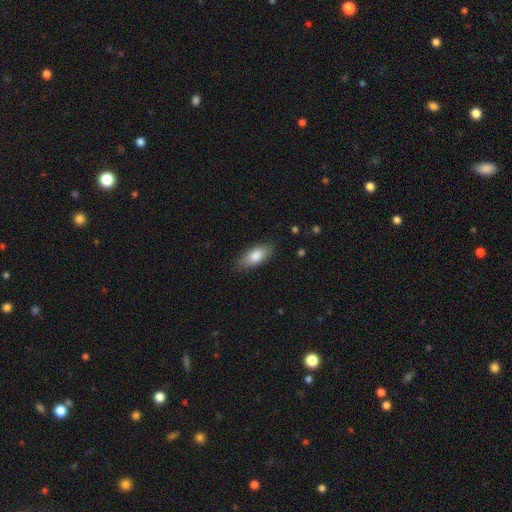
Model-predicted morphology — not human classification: type=smooth (82%); roundness=in between (84%); merging=none (83%).